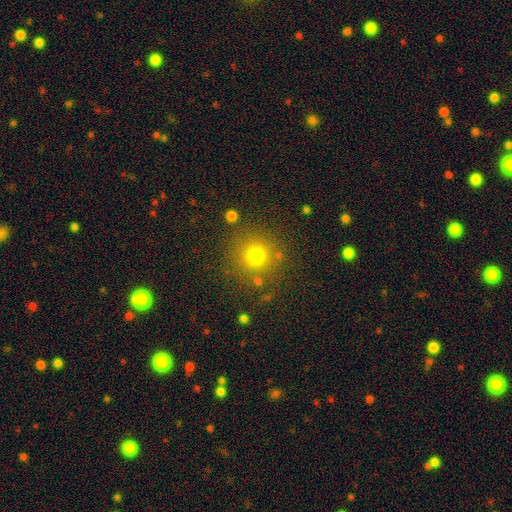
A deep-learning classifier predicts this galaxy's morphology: This appears to be a smooth galaxy with no disk features (75%) that is round (94%). Merging: none (84%).